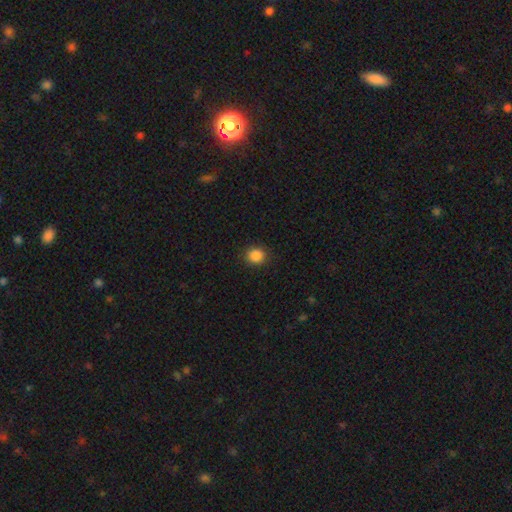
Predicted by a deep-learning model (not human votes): The model was most divided on "how rounded": round: 82%, in between: 17%, cigar-shaped: 1%. More confident: merging — none (89%); smooth or featured — smooth (87%).